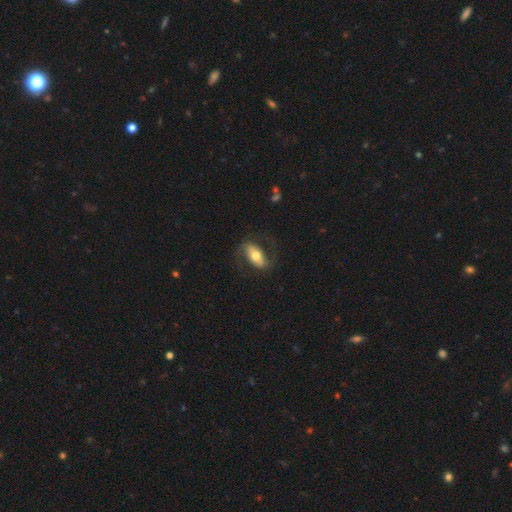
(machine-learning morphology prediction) A featured or disk galaxy (54%).

Vote fractions:
- Smooth or featured? featured or disk: 54% / smooth: 40% / star or artifact: 6%
- Edge-on disk? no: 87% / yes: 13%
- Merging? none: 71% / minor disturbance: 16% / major disturbance: 12% / merger: 1%